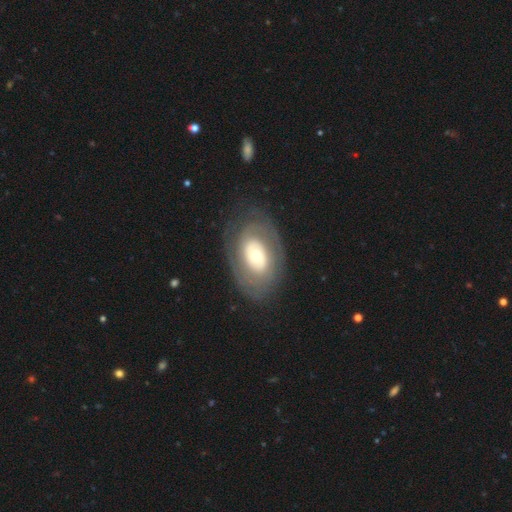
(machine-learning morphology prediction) Smooth or featured? Predicted: featured or disk (p=0.64). Edge-on disk? Predicted: no (p=0.94). Bar? Predicted: no (p=0.76). Spiral arms? Predicted: yes (p=0.53). Bulge size? Predicted: moderate (p=0.52). Merging? Predicted: none (p=0.76).